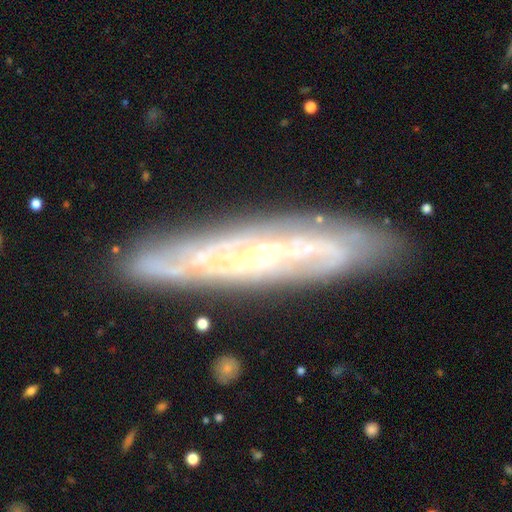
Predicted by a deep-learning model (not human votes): Q: Smooth or featured?
A: featured or disk (77%); runner-up: smooth (16%)
Q: Edge-on disk?
A: no (55%); runner-up: yes (45%)
Q: Merging?
A: none (82%); runner-up: minor disturbance (13%)